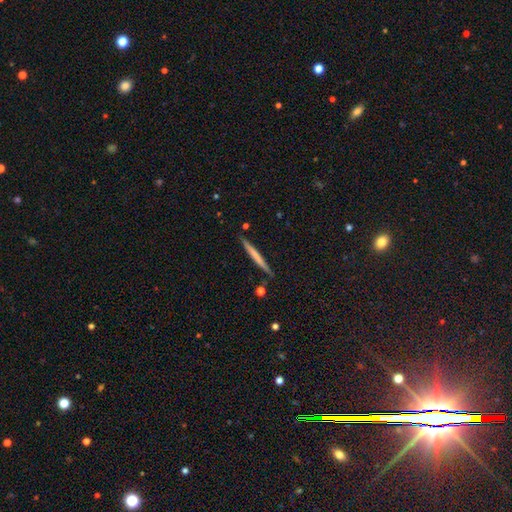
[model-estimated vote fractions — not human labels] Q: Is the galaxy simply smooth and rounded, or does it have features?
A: smooth — 54%.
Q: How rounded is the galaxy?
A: cigar-shaped — 97%.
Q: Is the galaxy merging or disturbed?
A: none — 88%.